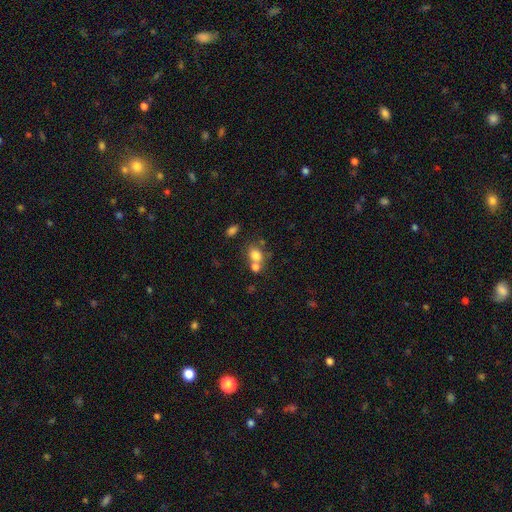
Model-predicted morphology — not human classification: A smooth galaxy with no disk features (77%) that is round (60%).

Vote fractions:
- Smooth or featured? smooth: 77% / star or artifact: 12% / featured or disk: 11%
- How rounded? round: 60% / in between: 39% / cigar-shaped: 1%
- Merging? none: 44% / merger: 43% / minor disturbance: 9% / major disturbance: 4%